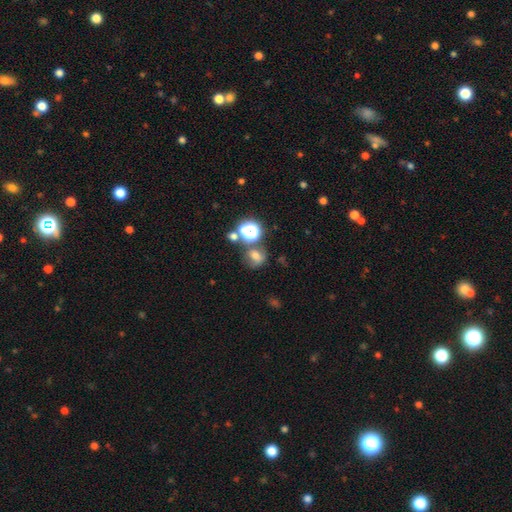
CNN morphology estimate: smooth-or-featured: smooth: 60% | star or artifact: 24% | featured or disk: 16%
  how-rounded: round: 64% | in between: 35% | cigar-shaped: 1%
  merging: none: 61% | merger: 17% | minor disturbance: 15% | major disturbance: 7%